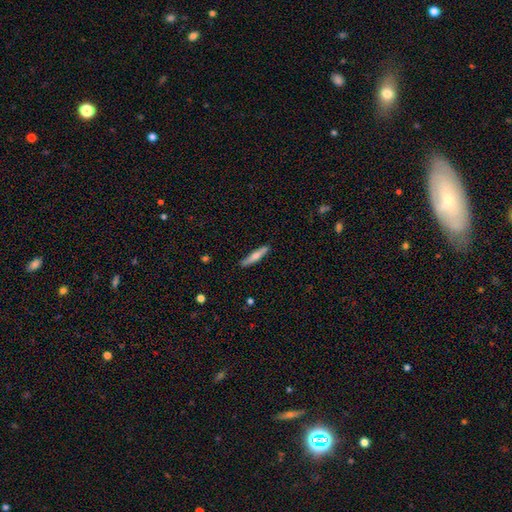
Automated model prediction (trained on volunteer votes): Overall: smooth (64%; featured or disk 30%). How rounded: cigar-shaped (90%). Merging: none (87%).